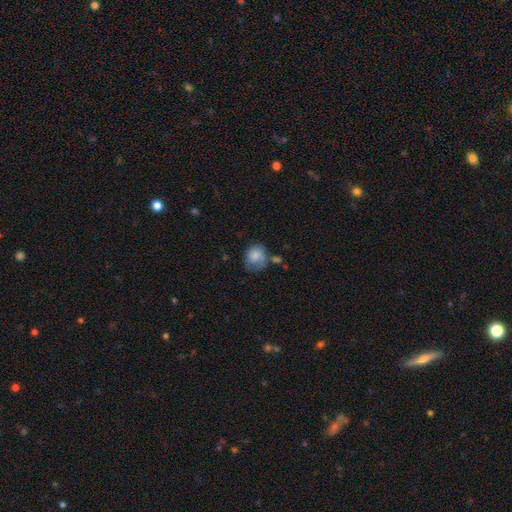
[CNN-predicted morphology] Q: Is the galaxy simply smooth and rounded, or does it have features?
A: smooth — 80%.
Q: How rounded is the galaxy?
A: round — 72%.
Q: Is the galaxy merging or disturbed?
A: none — 50%.